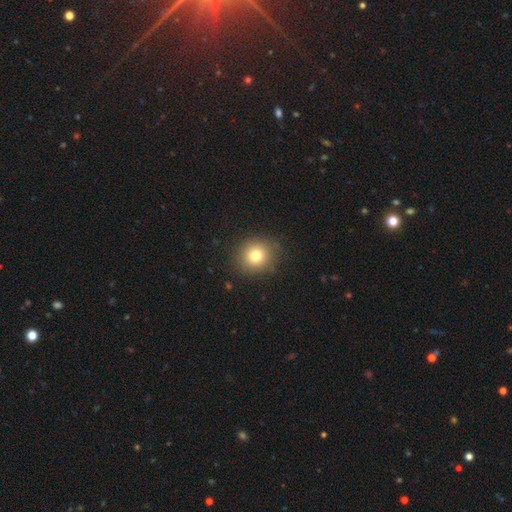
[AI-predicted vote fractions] smooth-or-featured: smooth: 78% | star or artifact: 13% | featured or disk: 9%
  how-rounded: round: 88% | in between: 11% | cigar-shaped: 1%
  merging: none: 88% | minor disturbance: 8% | major disturbance: 3% | merger: 1%